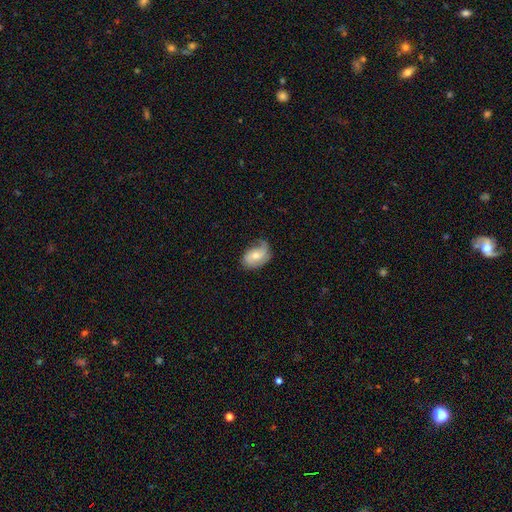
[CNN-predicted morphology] type=featured or disk (55%); edge-on=no (96%); bar=no (58%); spiral arms=yes (83%); bulge=moderate (55%); merging=none (54%).